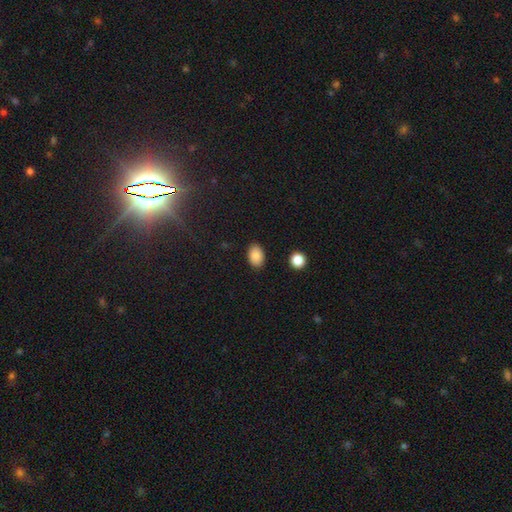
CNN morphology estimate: Smooth or featured: smooth — 87% (star or artifact — 8%)
How rounded: in between — 86% (round — 13%)
Merging: none — 88% (minor disturbance — 8%)